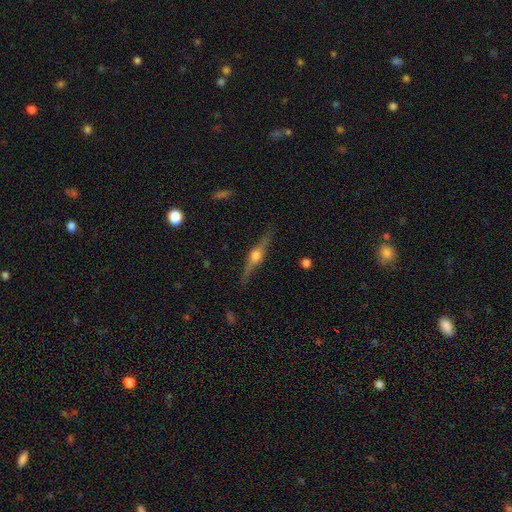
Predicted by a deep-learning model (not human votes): featured or disk 83%, smooth 11%, star or artifact 6%. Down the decision tree: edge-on disk — yes (98%); edge-on bulge — rounded (94%); merging — none (88%).